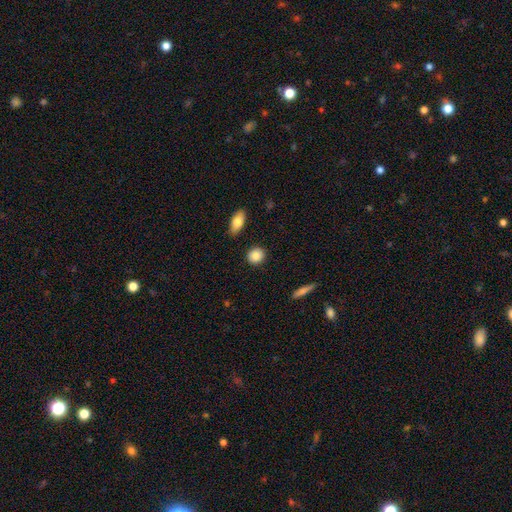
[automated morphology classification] Q: Smooth or featured?
A: smooth (86%); runner-up: star or artifact (7%)
Q: How rounded?
A: round (79%); runner-up: in between (18%)
Q: Merging?
A: none (89%); runner-up: minor disturbance (7%)